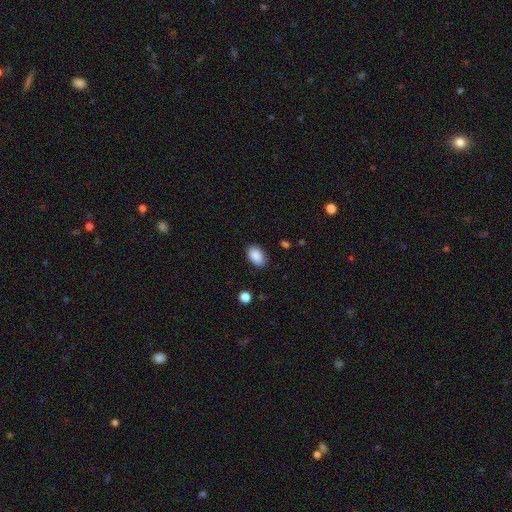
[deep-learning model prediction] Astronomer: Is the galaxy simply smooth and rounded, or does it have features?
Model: smooth — 89%.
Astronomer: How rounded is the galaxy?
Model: in between — 90%.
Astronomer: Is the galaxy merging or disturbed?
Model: none — 84%.